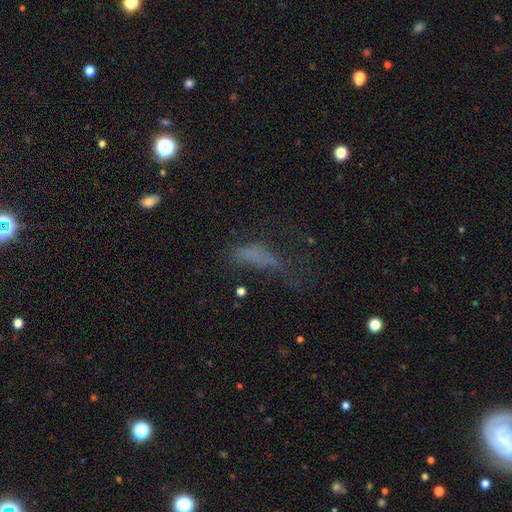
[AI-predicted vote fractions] Smooth or featured? smooth (53%)
How rounded? in between (51%)
Merging? major disturbance (42%)